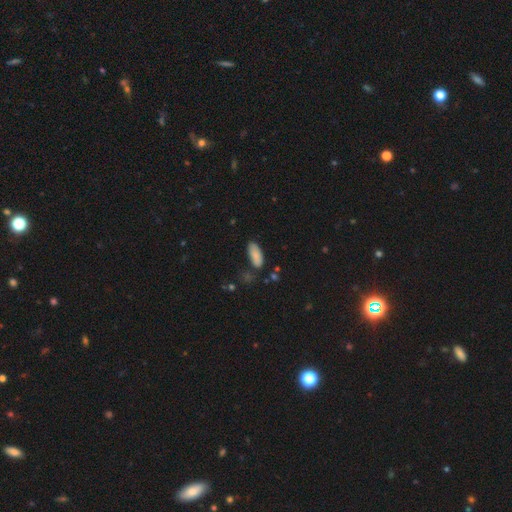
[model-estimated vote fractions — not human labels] smooth 85%, featured or disk 8%, star or artifact 7%. Down the decision tree: how rounded — in between (83%); merging — none (67%).